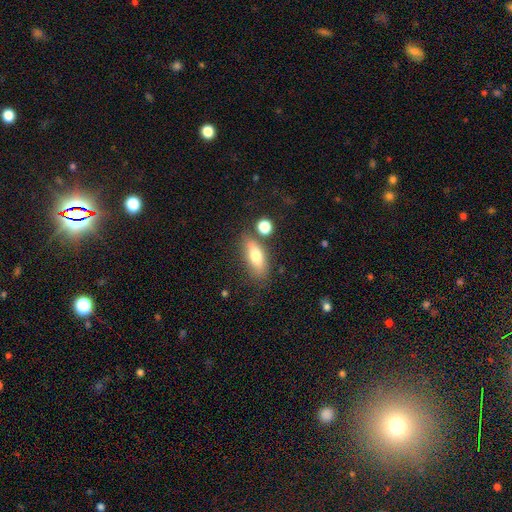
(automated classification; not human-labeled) A smooth galaxy with no disk features (71%) that is in between round and cigar-shaped (70%).

Vote fractions:
- Smooth or featured? smooth: 71% / featured or disk: 21% / star or artifact: 8%
- How rounded? in between: 70% / cigar-shaped: 25% / round: 5%
- Merging? none: 70% / minor disturbance: 16% / merger: 9% / major disturbance: 5%